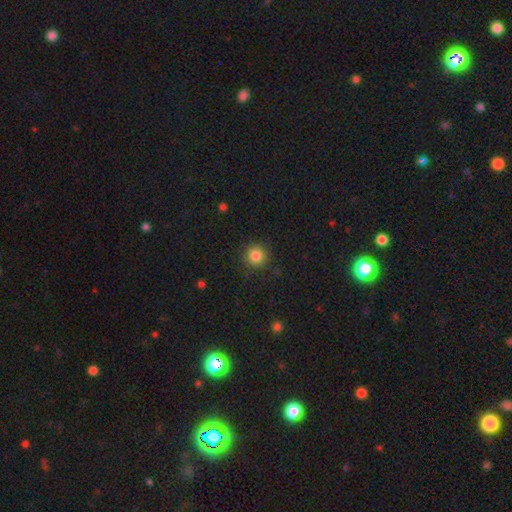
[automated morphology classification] The model was most divided on "smooth or featured": smooth: 85%, star or artifact: 11%, featured or disk: 4%. More confident: how rounded — round (94%); merging — none (89%).